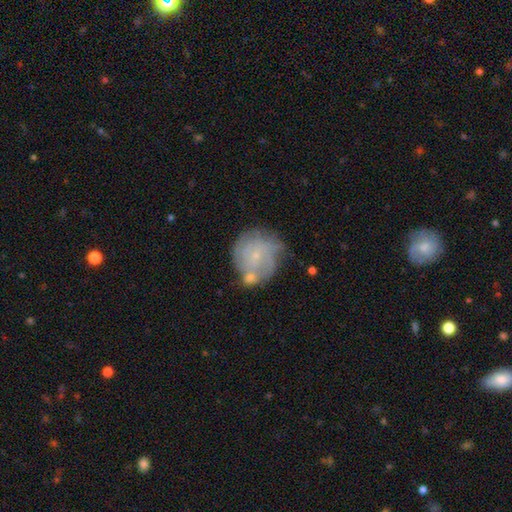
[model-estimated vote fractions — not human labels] Morphology: type=featured or disk (63%); edge-on=no (98%); bar=no (76%); spiral arms=yes (80%); bulge=small (83%); merging=none (47%).